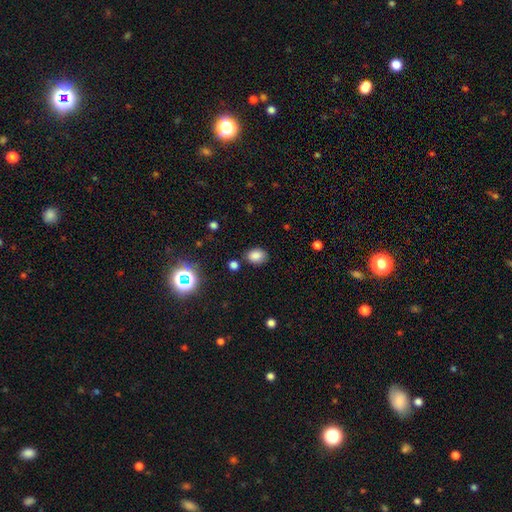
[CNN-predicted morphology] smooth-or-featured: smooth: 82% | star or artifact: 13% | featured or disk: 5%
  how-rounded: in between: 66% | round: 33% | cigar-shaped: 1%
  merging: none: 79% | minor disturbance: 14% | merger: 4% | major disturbance: 4%